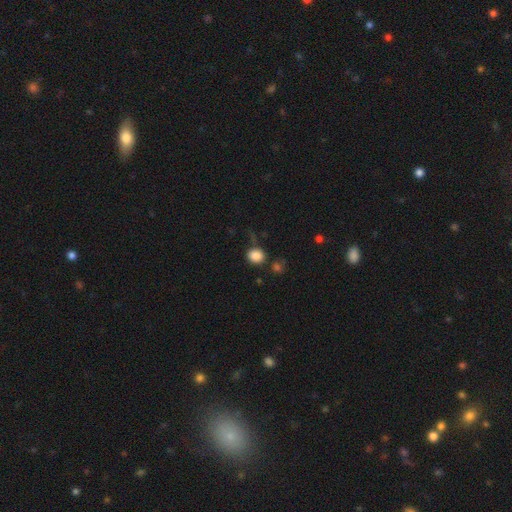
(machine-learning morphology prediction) smooth 86%, star or artifact 10%, featured or disk 4%. Down the decision tree: how rounded — round (73%); merging — none (73%).